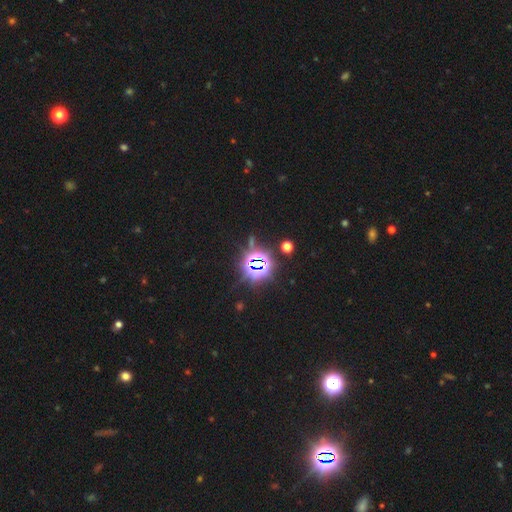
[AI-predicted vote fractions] Smooth or featured? star or artifact (83%)